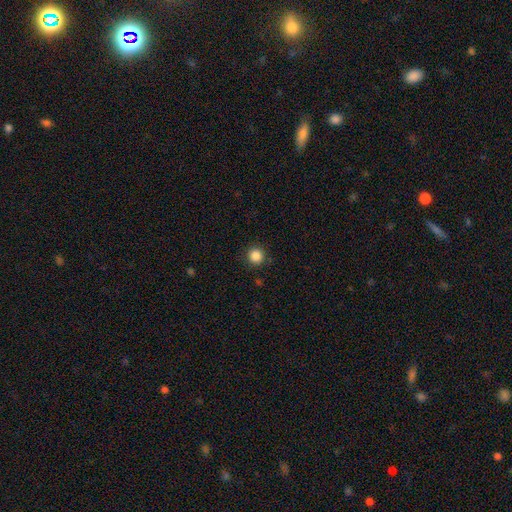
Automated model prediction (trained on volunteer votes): A smooth galaxy with no disk features (86%) that is round (95%).

Vote fractions:
- Smooth or featured? smooth: 86% / star or artifact: 11% / featured or disk: 3%
- How rounded? round: 95% / in between: 4% / cigar-shaped: 1%
- Merging? none: 90% / minor disturbance: 6% / major disturbance: 2% / merger: 1%